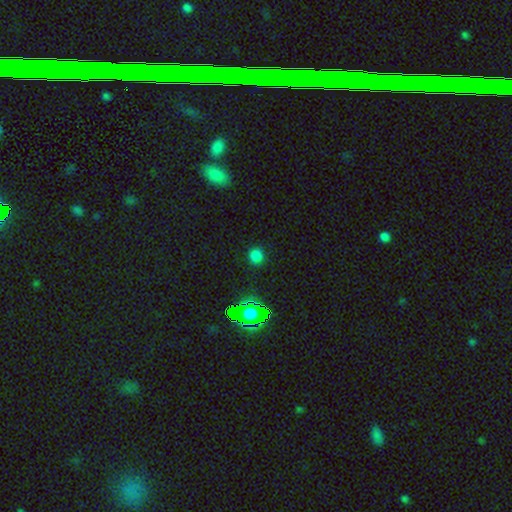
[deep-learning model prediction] Smooth or featured? Predicted: smooth (p=0.76). How rounded? Predicted: round (p=0.87). Merging? Predicted: none (p=0.88).